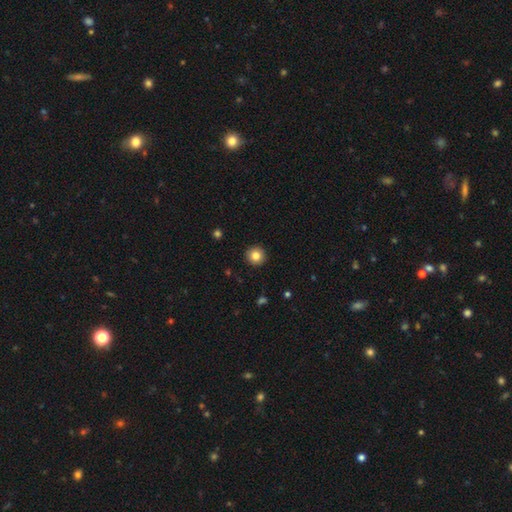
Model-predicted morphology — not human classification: A smooth galaxy with no disk features (82%) that is round (95%).

Vote fractions:
- Smooth or featured? smooth: 82% / star or artifact: 10% / featured or disk: 8%
- How rounded? round: 95% / in between: 4% / cigar-shaped: 1%
- Merging? none: 93% / minor disturbance: 5% / major disturbance: 1% / merger: 1%